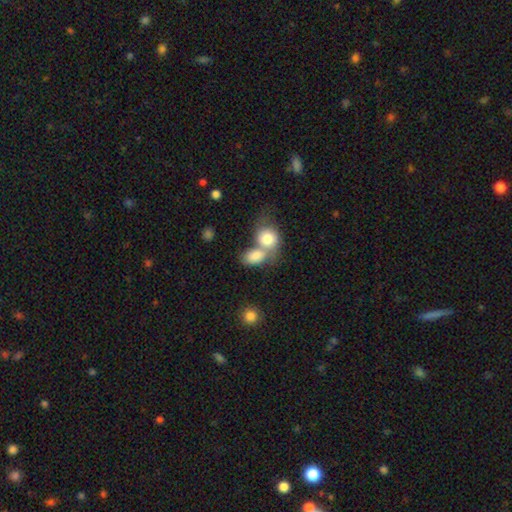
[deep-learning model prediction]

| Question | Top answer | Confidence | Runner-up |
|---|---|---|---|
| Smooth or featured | smooth | 81% | featured or disk (12%) |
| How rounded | in between | 74% | round (25%) |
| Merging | merger | 66% | none (22%) |